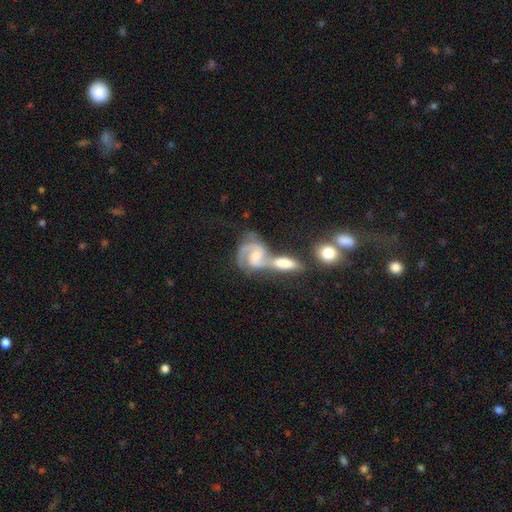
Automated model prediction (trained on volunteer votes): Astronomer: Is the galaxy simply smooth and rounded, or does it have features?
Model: featured or disk — 84%.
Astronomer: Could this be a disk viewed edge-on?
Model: no — 97%.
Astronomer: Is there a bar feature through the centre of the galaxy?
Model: weak — 44% (runner-up: no, 42%).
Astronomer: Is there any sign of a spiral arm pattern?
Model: yes — 97%.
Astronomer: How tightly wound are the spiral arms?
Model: medium — 53% (runner-up: tight, 32%).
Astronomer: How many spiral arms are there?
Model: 2 — 81%.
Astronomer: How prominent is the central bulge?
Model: moderate — 48% (runner-up: small, 42%).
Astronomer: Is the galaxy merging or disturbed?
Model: merger — 58%.